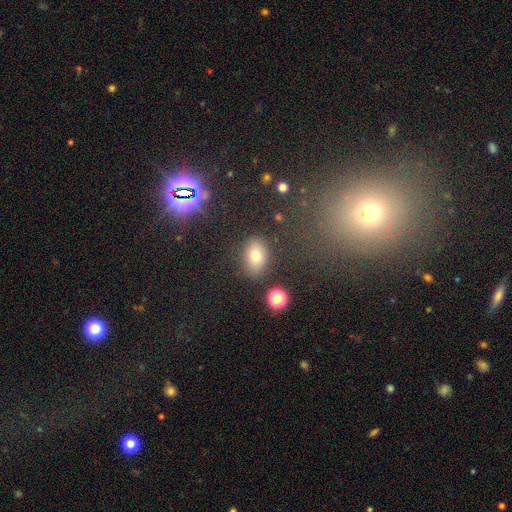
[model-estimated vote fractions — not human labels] The model was most divided on "how rounded": in between: 72%, round: 26%, cigar-shaped: 2%. More confident: merging — none (82%); smooth or featured — smooth (74%).